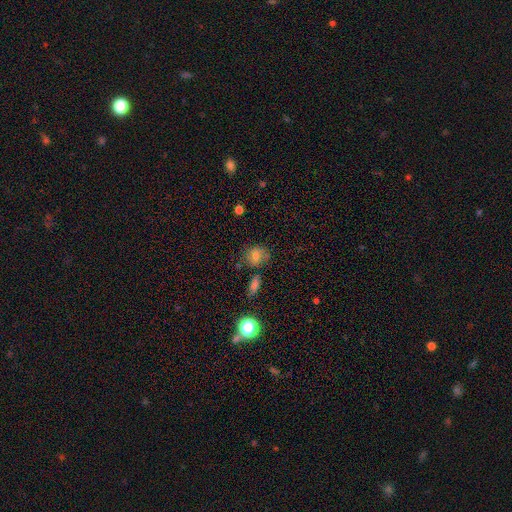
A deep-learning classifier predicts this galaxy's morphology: The model was most divided on "how rounded": round: 64%, in between: 34%, cigar-shaped: 2%. More confident: smooth or featured — smooth (68%); merging — none (65%).